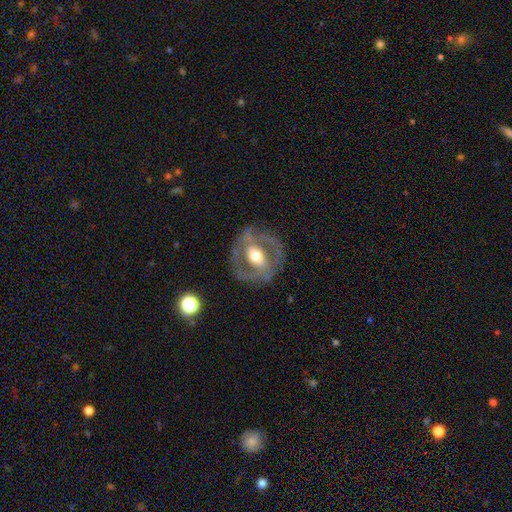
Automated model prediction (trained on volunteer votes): featured or disk 75%, smooth 19%, star or artifact 5%. Down the decision tree: edge-on disk — no (95%); bar — weak (35%); spiral arms — yes (59%); bulge size — moderate (69%); merging — none (74%).